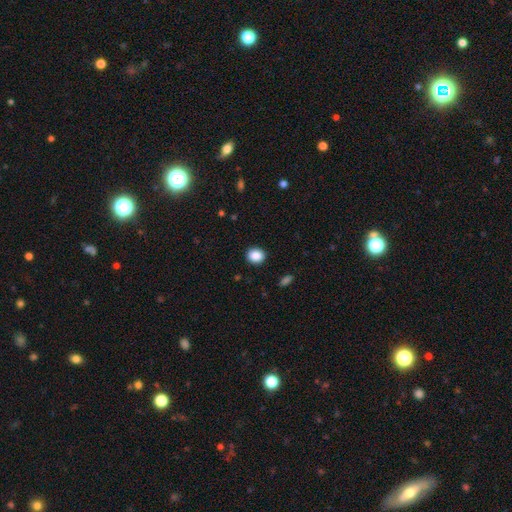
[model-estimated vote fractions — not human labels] Smooth or featured?
  - smooth: 88% *
  - star or artifact: 9%
  - featured or disk: 3%
How rounded?
  - round: 69% *
  - in between: 30%
  - cigar-shaped: 1%
Merging?
  - none: 90% *
  - minor disturbance: 7%
  - major disturbance: 2%
  - merger: 1%